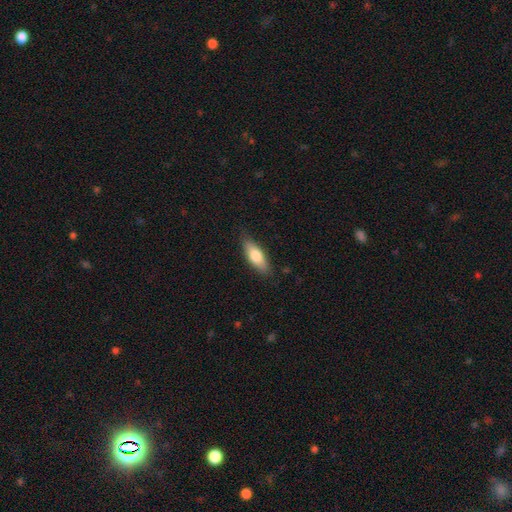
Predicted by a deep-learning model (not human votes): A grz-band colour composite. It shows a smooth galaxy with no disk features (73%) that is in between round and cigar-shaped (62%). Merging: none (84%).